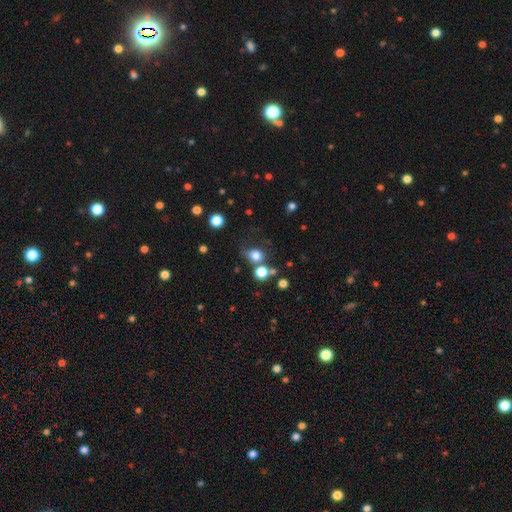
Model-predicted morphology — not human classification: The model was most divided on "merging": none: 57%, merger: 17%, minor disturbance: 16%, major disturbance: 10%. More confident: smooth or featured — smooth (79%); how rounded — round (72%).